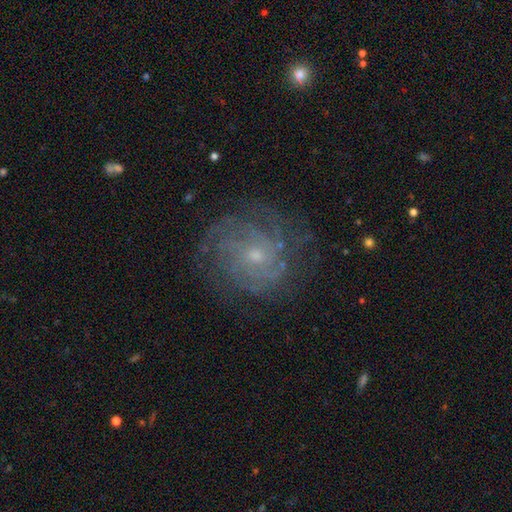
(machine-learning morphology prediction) Smooth or featured? featured or disk (80%)
Edge-on disk? no (97%)
Bar? no (71%)
Spiral arms? yes (92%)
Spiral winding? tight (65%)
Spiral arm count? can't tell (41%)
Bulge size? small (65%)
Merging? none (75%)